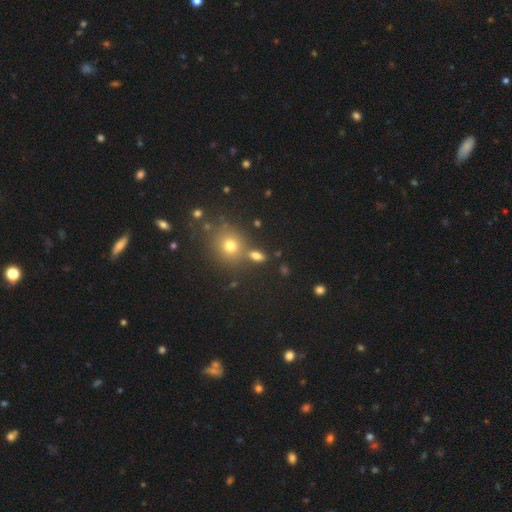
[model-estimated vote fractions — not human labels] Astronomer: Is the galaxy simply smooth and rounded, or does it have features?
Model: smooth — 62%.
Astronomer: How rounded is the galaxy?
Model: round — 70%.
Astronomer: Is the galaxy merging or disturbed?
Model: none — 71%.